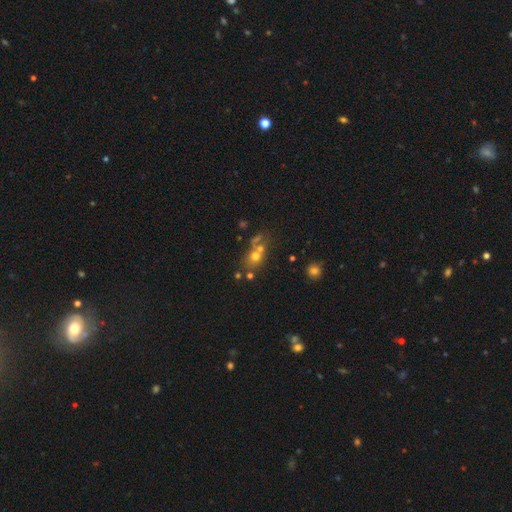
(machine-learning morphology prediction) This appears to be a smooth galaxy with no disk features (58%) that is round (67%). Merging: merger (44%).